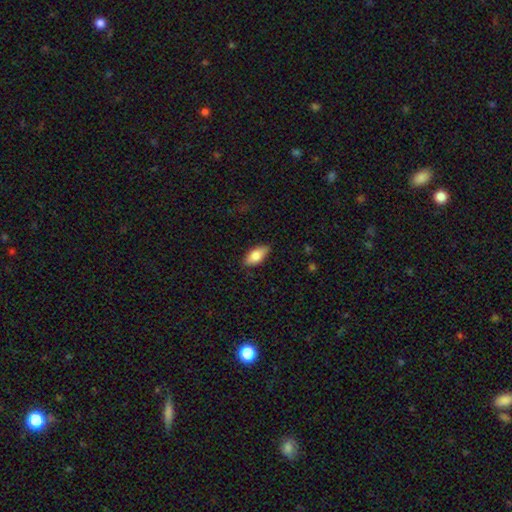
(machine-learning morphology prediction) A smooth galaxy with no disk features (80%) that is in between round and cigar-shaped (89%). Merging: none (84%).